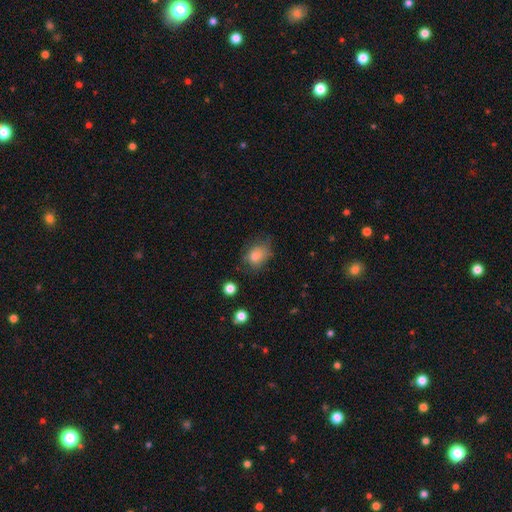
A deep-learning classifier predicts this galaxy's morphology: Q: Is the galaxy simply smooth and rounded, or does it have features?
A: smooth — 78%.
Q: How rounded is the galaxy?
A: in between — 59%.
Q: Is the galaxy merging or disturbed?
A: none — 63%.